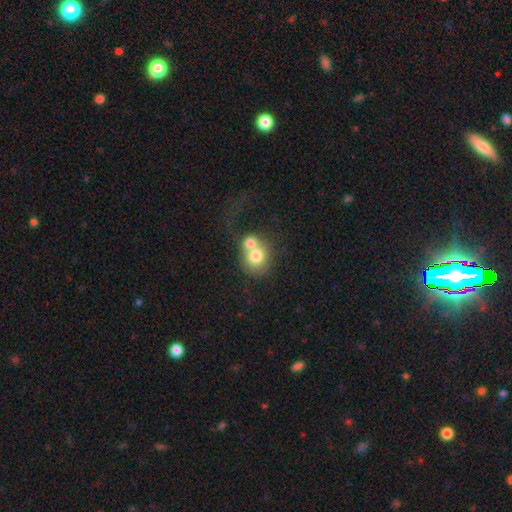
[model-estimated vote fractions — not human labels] Overall: smooth (71%). How rounded: round (74%). Merging: merger (67%).